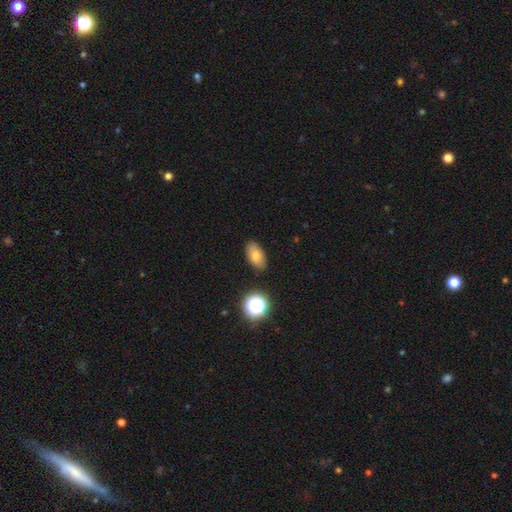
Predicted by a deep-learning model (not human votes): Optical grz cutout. It shows a smooth galaxy with no disk features (76%) that is in between round and cigar-shaped (89%). Merging: none (84%).